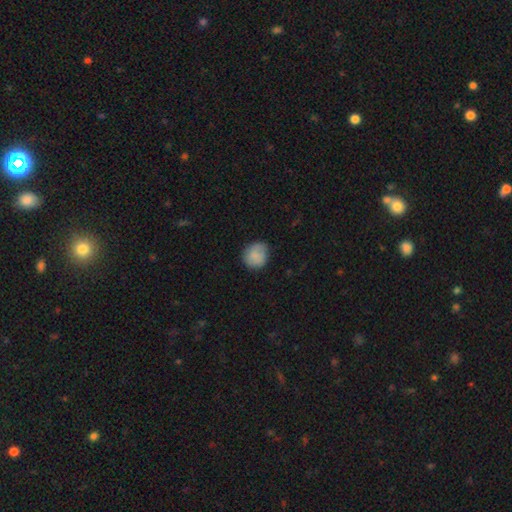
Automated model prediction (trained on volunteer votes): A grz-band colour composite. It shows a smooth galaxy with no disk features (84%) that is round (83%). Merging: none (74%).